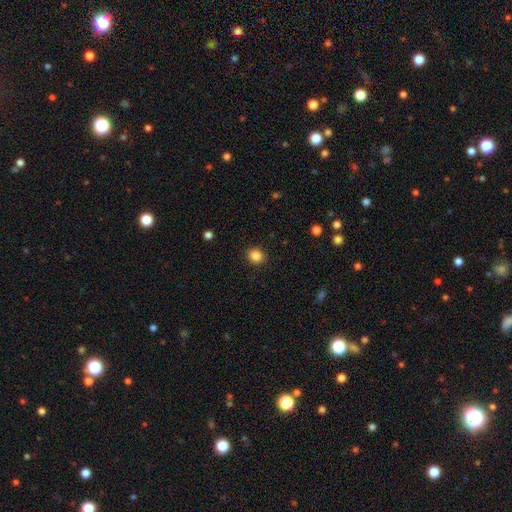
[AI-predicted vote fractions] Q: Smooth or featured?
A: smooth (86%); runner-up: star or artifact (11%)
Q: How rounded?
A: round (77%); runner-up: in between (22%)
Q: Merging?
A: none (91%); runner-up: minor disturbance (6%)